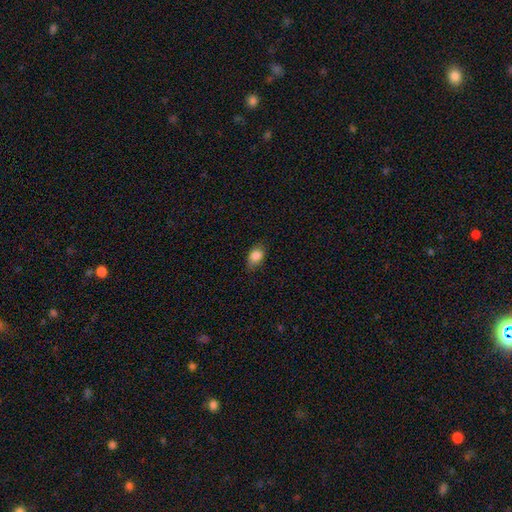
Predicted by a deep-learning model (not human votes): This appears to be a smooth galaxy with no disk features (86%) that is in between round and cigar-shaped (78%). Merging: none (75%).